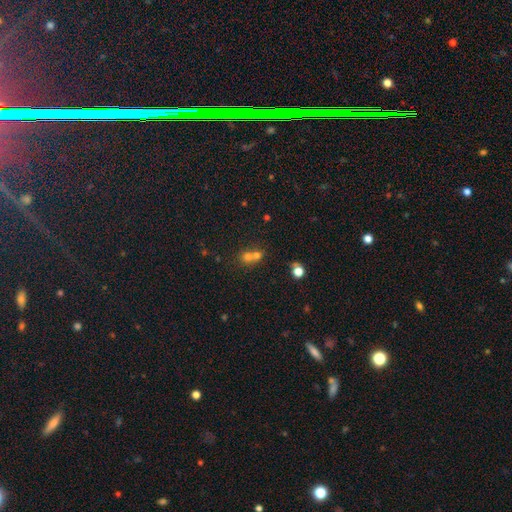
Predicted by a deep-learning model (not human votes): This appears to be a smooth galaxy with no disk features (65%) that is round (74%). Merging: merger (61%).